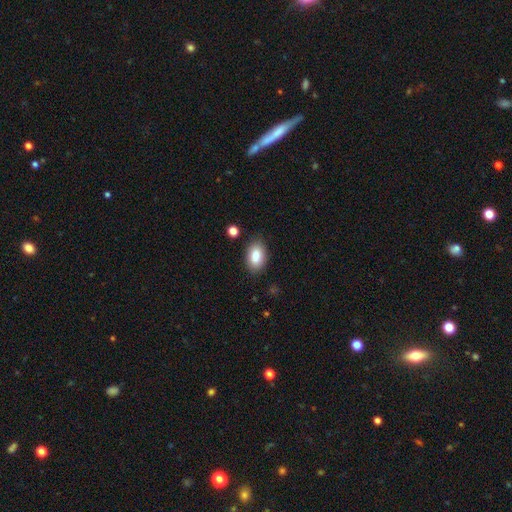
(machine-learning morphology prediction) Smooth or featured?
  - smooth: 83% *
  - featured or disk: 9%
  - star or artifact: 8%
How rounded?
  - in between: 89% *
  - round: 9%
  - cigar-shaped: 2%
Merging?
  - none: 83% *
  - minor disturbance: 12%
  - merger: 3%
  - major disturbance: 3%